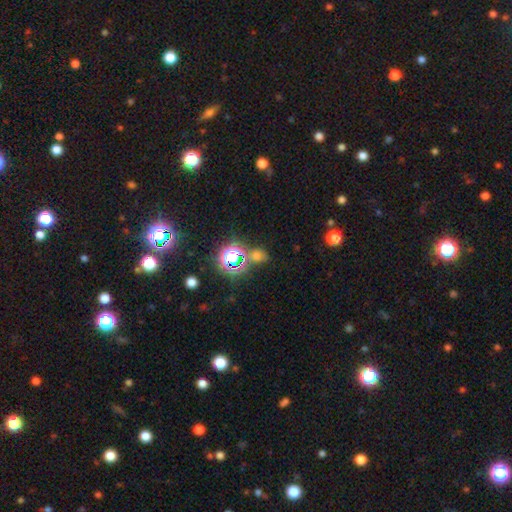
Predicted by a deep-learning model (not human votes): A star or artifact, not a galaxy (51%).